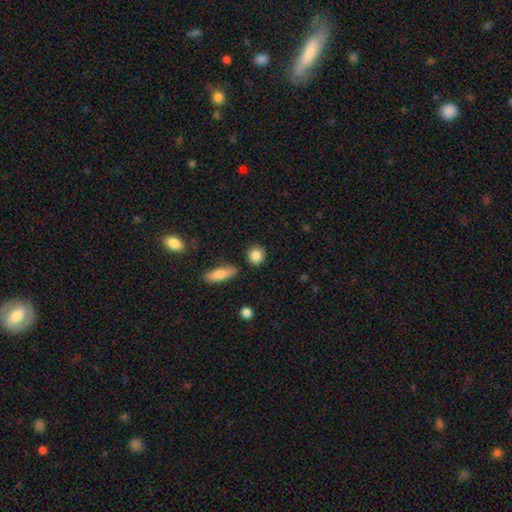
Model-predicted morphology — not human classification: type=smooth (85%); roundness=round (82%); merging=none (84%).